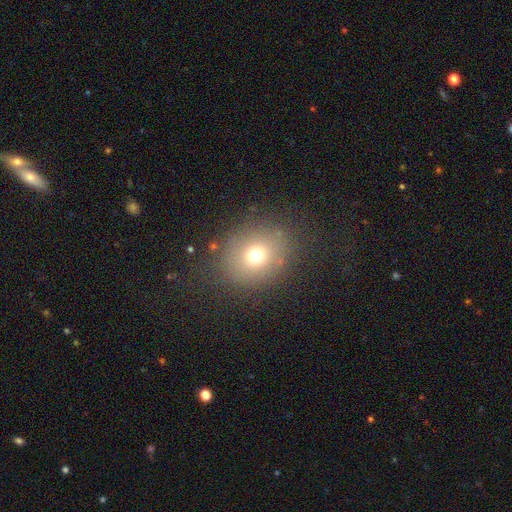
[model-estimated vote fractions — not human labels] A smooth galaxy with no disk features (70%) that is round (69%).

Vote fractions:
- Smooth or featured? smooth: 70% / star or artifact: 18% / featured or disk: 12%
- How rounded? round: 69% / in between: 30% / cigar-shaped: 1%
- Merging? none: 82% / minor disturbance: 10% / major disturbance: 6% / merger: 2%